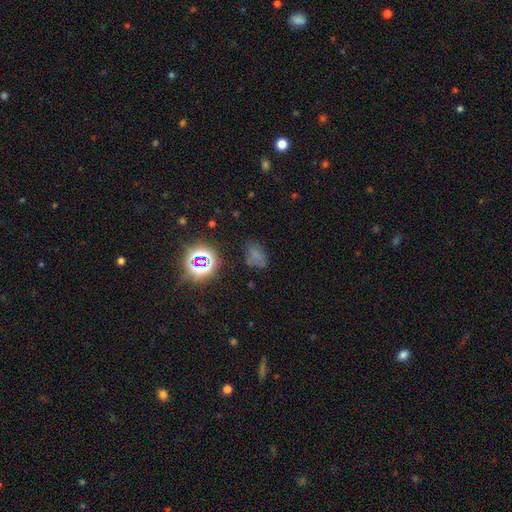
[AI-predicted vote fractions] Morphology: type=smooth (53%); roundness=in between (72%); merging=none (59%).